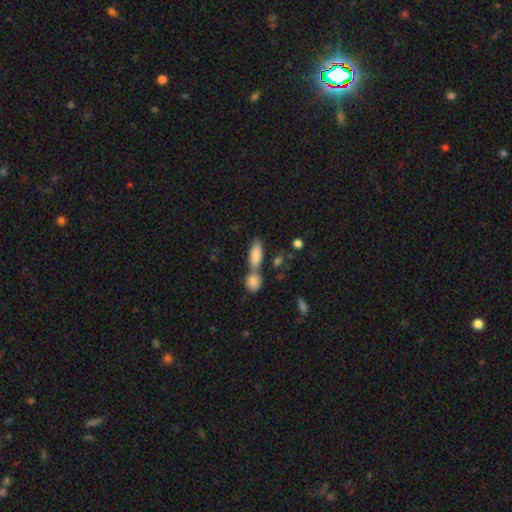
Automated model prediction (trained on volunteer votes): smooth-or-featured: smooth: 83% | featured or disk: 10% | star or artifact: 7%
  how-rounded: in between: 72% | cigar-shaped: 24% | round: 4%
  merging: merger: 46% | none: 42% | minor disturbance: 9% | major disturbance: 3%